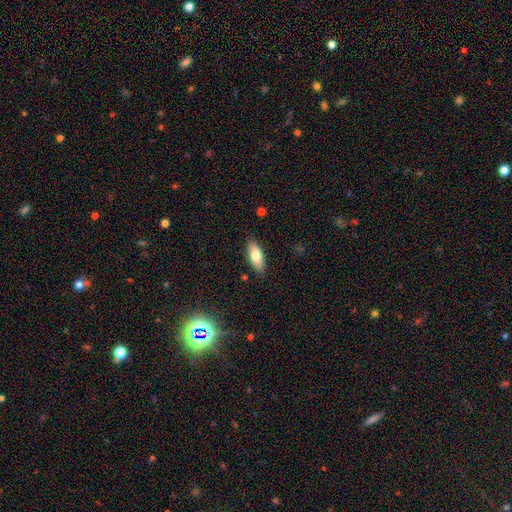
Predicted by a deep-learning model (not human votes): Smooth or featured?
  - smooth: 76% *
  - featured or disk: 17%
  - star or artifact: 7%
How rounded?
  - in between: 83% *
  - cigar-shaped: 14%
  - round: 2%
Merging?
  - none: 86% *
  - minor disturbance: 11%
  - major disturbance: 2%
  - merger: 1%